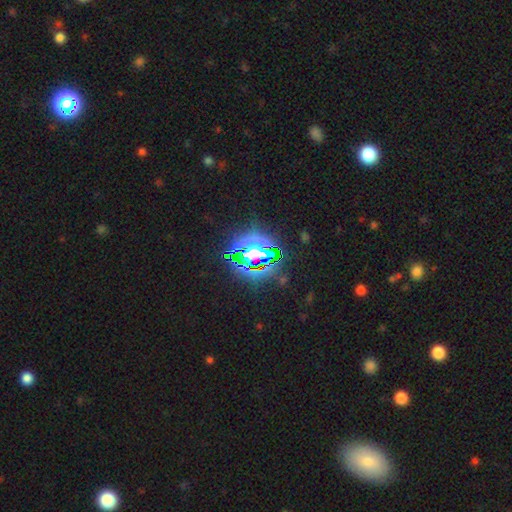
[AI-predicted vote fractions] Smooth or featured? Predicted: star or artifact (p=0.75).